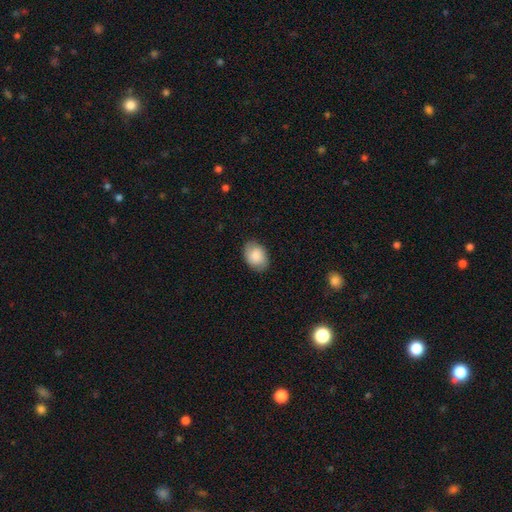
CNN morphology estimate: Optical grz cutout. It shows a smooth galaxy with no disk features (83%) that is in between round and cigar-shaped (75%). Merging: none (83%).